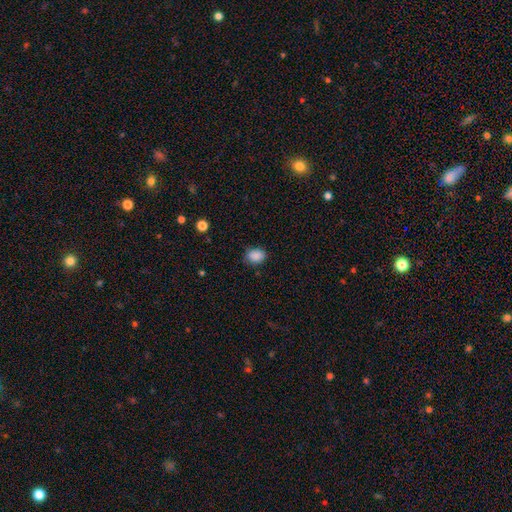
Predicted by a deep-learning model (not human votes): This is clearly a smooth galaxy (87%). How rounded: possibly in between (57%). Merging: likely none (76%).